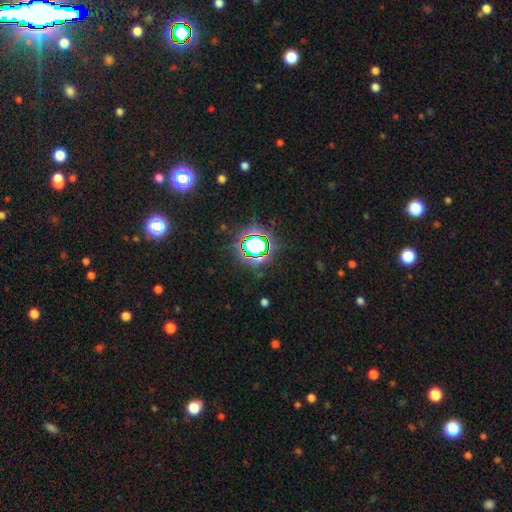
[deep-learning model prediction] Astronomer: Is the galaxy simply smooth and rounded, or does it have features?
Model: star or artifact — 81%.